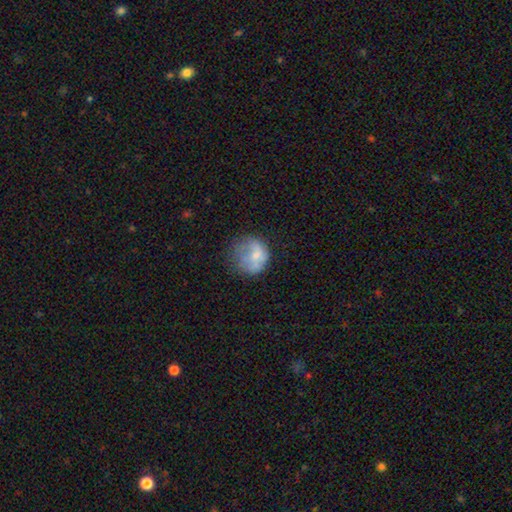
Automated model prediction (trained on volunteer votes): Smooth or featured?
  - smooth: 58% *
  - featured or disk: 32%
  - star or artifact: 10%
How rounded?
  - round: 78% *
  - in between: 21%
  - cigar-shaped: 1%
Merging?
  - none: 45% *
  - minor disturbance: 27%
  - major disturbance: 26%
  - merger: 3%